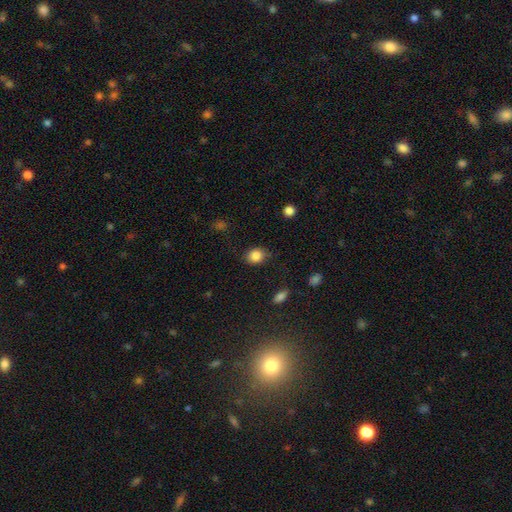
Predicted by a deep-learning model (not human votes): The model was most divided on "how rounded": round: 58%, in between: 41%, cigar-shaped: 1%. More confident: smooth or featured — smooth (85%); merging — none (77%).